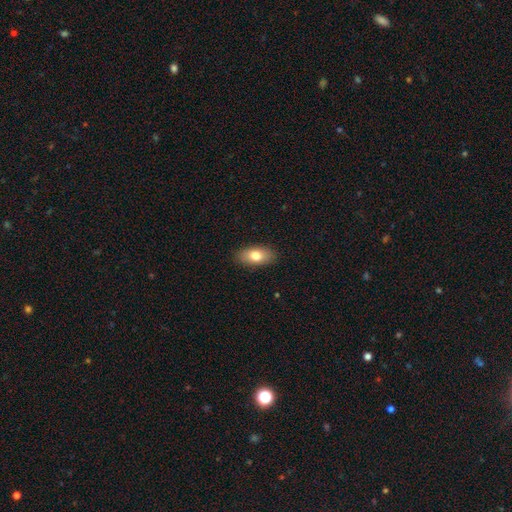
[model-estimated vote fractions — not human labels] Smooth or featured? smooth (78%)
How rounded? in between (90%)
Merging? none (88%)